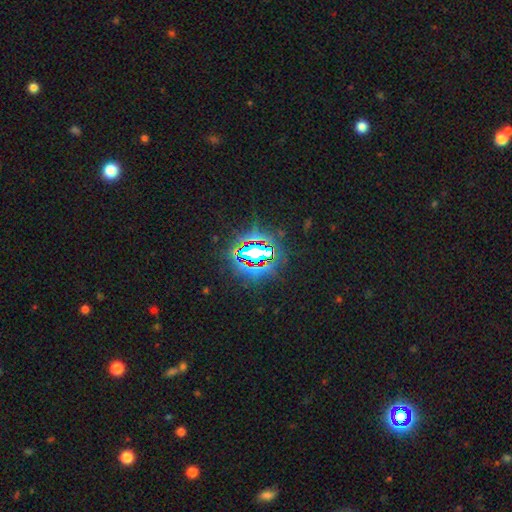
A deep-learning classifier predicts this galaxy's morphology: star or artifact 81%, smooth 11%, featured or disk 8%.